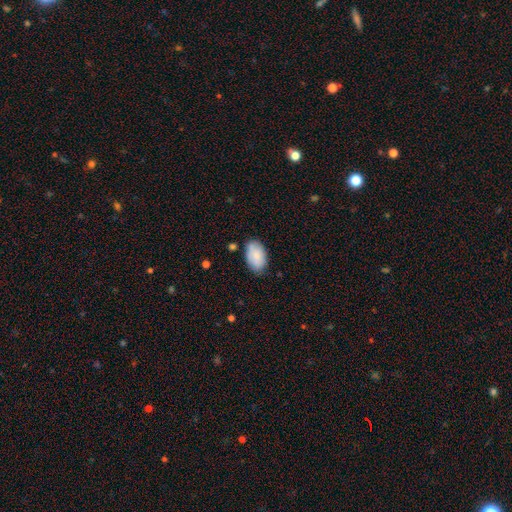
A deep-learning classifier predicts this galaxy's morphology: Smooth or featured?
  - smooth: 85% *
  - featured or disk: 9%
  - star or artifact: 6%
How rounded?
  - in between: 93% *
  - round: 6%
  - cigar-shaped: 1%
Merging?
  - none: 76% *
  - minor disturbance: 18%
  - major disturbance: 3%
  - merger: 3%